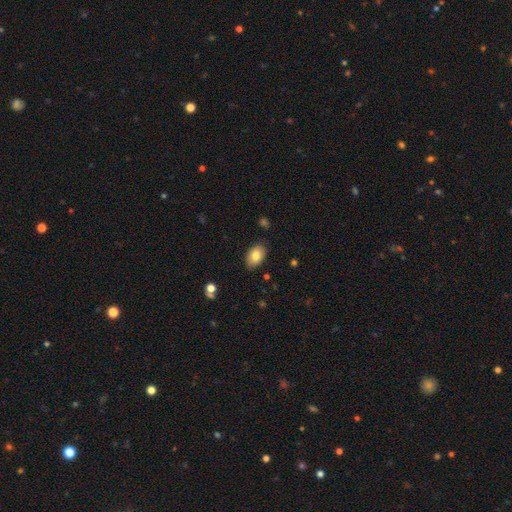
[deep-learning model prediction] Morphology: type=smooth (81%); roundness=in between (90%); merging=none (84%).